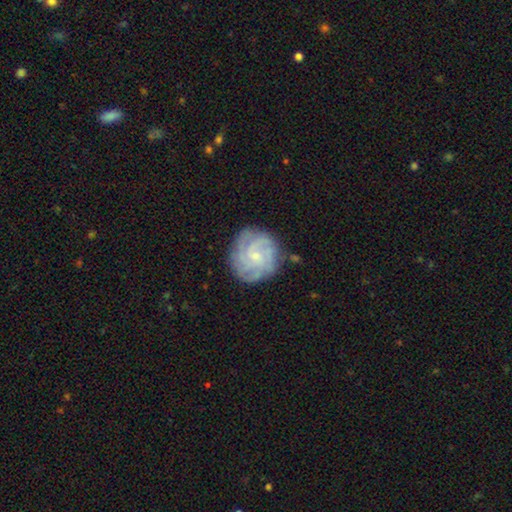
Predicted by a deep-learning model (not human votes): featured or disk 77%, smooth 16%, star or artifact 7%. Down the decision tree: edge-on disk — no (98%); bar — no (68%); spiral arms — yes (95%); spiral arm count — can't tell (29%, tied with 4); spiral winding — tight (67%); bulge size — small (72%); merging — none (80%).